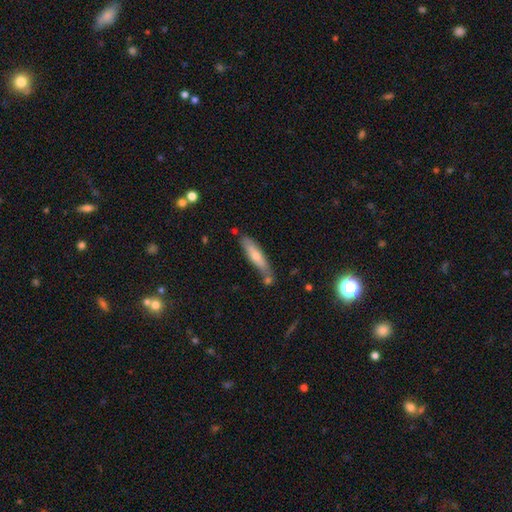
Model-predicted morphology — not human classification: Q: Smooth or featured?
A: smooth (56%); runner-up: featured or disk (36%)
Q: How rounded?
A: cigar-shaped (81%); runner-up: in between (17%)
Q: Merging?
A: none (69%); runner-up: minor disturbance (18%)